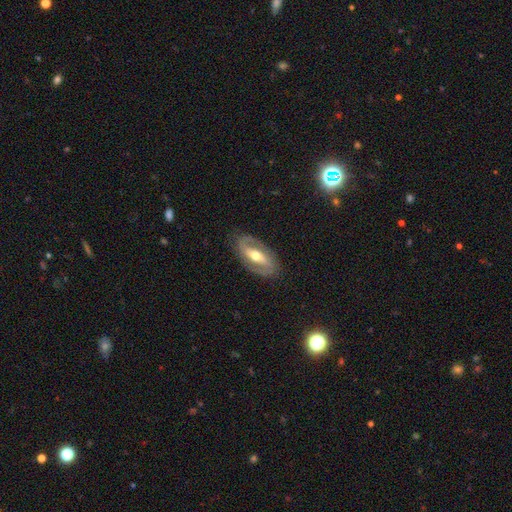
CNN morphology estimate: Smooth or featured? Predicted: featured or disk (p=0.82). Edge-on disk? Predicted: no (p=0.92). Bar? Predicted: strong (p=0.51). Spiral arms? Predicted: yes (p=0.82). Spiral winding? Predicted: medium (p=0.47). Spiral arm count? Predicted: 2 (p=0.87). Bulge size? Predicted: moderate (p=0.70). Merging? Predicted: none (p=0.83).